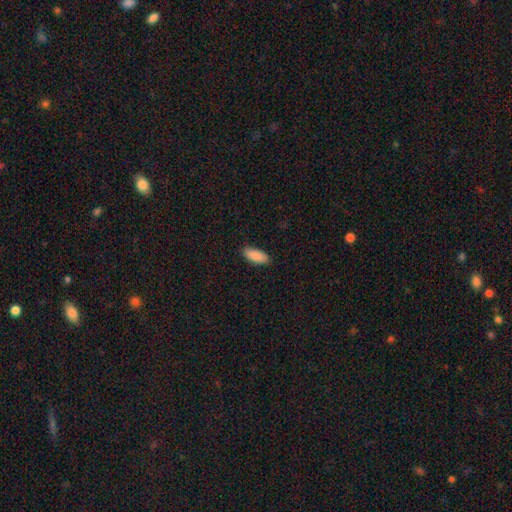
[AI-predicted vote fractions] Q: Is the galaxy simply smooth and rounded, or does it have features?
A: smooth — 90%.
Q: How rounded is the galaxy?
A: in between — 85%.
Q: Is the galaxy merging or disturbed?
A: none — 88%.